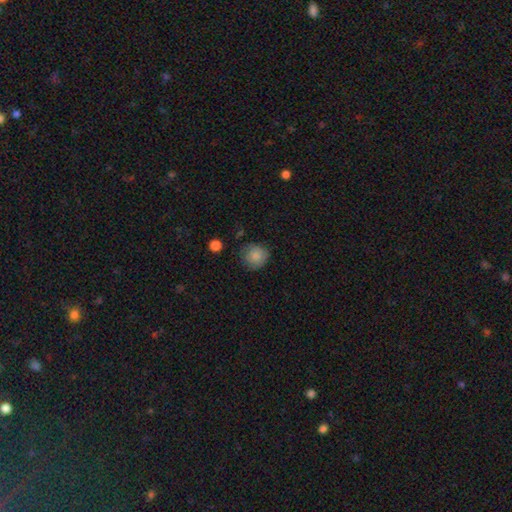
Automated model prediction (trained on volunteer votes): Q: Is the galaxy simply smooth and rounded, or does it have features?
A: smooth — 84%.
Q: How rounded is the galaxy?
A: round — 87%.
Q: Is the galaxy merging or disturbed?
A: none — 73%.